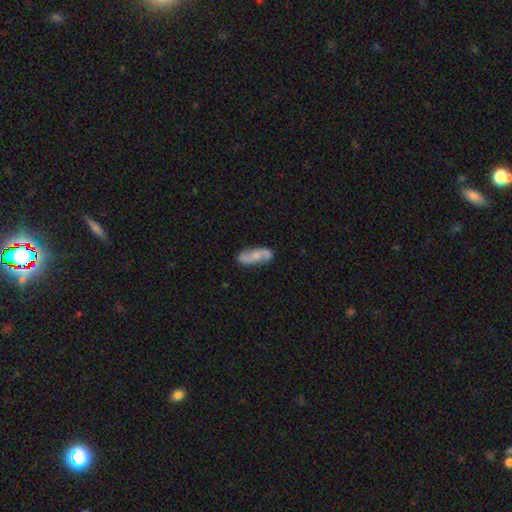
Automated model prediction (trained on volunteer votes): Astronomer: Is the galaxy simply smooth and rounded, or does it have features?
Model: featured or disk — 63%.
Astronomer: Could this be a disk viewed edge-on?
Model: no — 92%.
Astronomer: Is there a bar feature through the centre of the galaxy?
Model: no — 57% (runner-up: weak, 33%).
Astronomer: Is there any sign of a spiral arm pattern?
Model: yes — 91%.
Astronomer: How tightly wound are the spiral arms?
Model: loose — 58%.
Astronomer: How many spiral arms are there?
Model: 2 — 90%.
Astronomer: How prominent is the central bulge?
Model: small — 42% (runner-up: moderate, 31%).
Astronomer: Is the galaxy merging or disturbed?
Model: none — 74%.